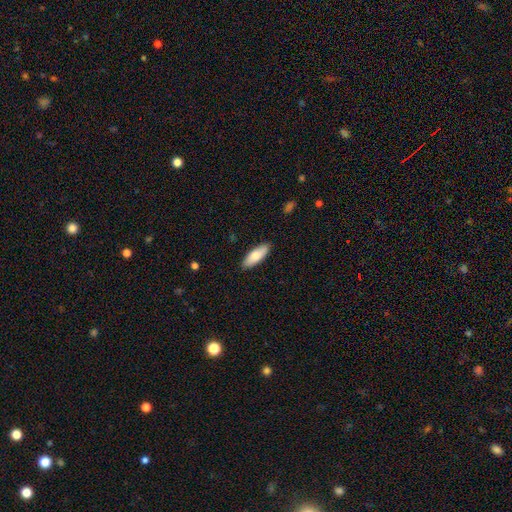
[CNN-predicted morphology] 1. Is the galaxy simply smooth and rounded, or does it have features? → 79% smooth, 16% featured or disk, 6% star or artifact.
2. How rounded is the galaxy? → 67% in between, 31% cigar-shaped, 2% round.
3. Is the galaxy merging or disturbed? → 89% none, 9% minor disturbance, 2% major disturbance, 1% merger.